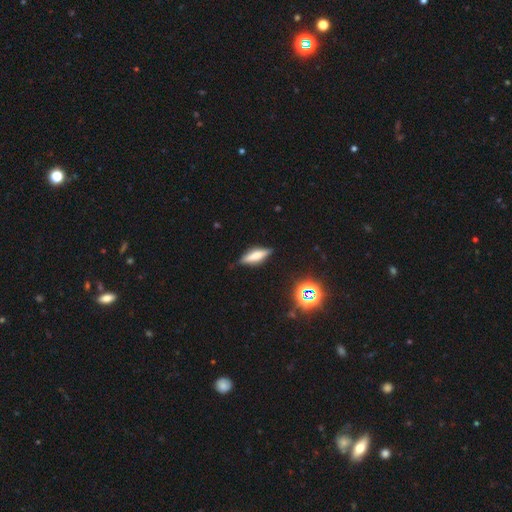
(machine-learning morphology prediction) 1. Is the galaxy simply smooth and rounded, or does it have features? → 49% smooth, 41% featured or disk, 10% star or artifact.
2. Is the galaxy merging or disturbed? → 81% none, 14% minor disturbance, 3% major disturbance, 2% merger.